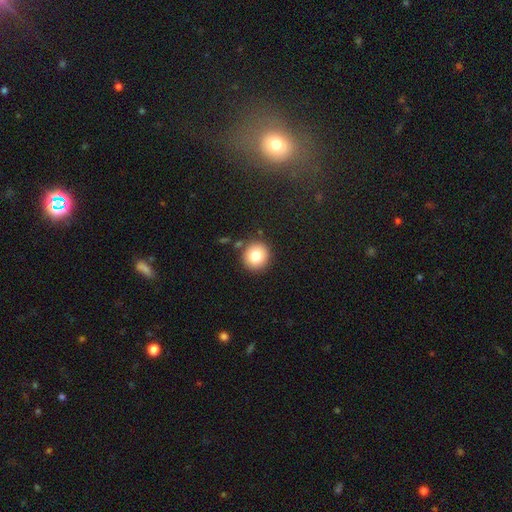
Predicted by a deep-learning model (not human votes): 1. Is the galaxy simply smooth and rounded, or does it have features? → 81% smooth, 10% star or artifact, 9% featured or disk.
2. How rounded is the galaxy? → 92% round, 7% in between, 1% cigar-shaped.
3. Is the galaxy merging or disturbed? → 87% none, 7% minor disturbance, 3% merger, 2% major disturbance.